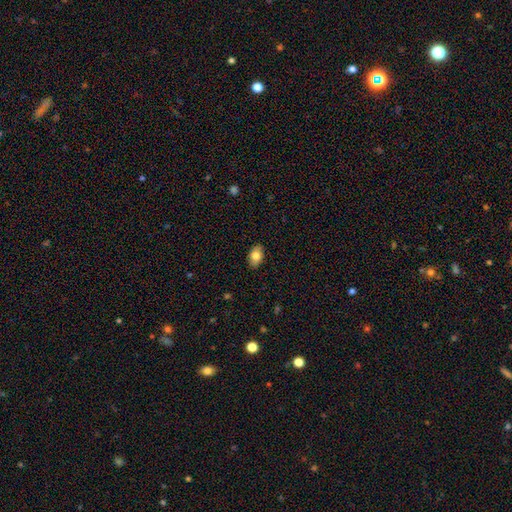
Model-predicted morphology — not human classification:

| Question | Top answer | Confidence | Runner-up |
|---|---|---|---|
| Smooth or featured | smooth | 79% | featured or disk (14%) |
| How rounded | in between | 89% | round (9%) |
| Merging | none | 86% | minor disturbance (11%) |